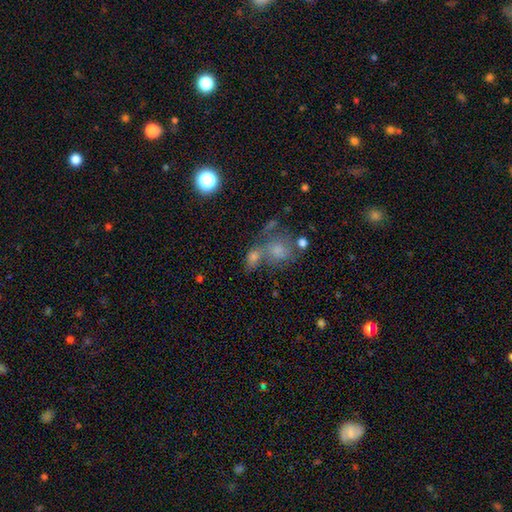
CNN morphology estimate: Smooth or featured? Predicted: smooth (p=0.59). How rounded? Predicted: in between (p=0.52). Merging? Predicted: merger (p=0.49).